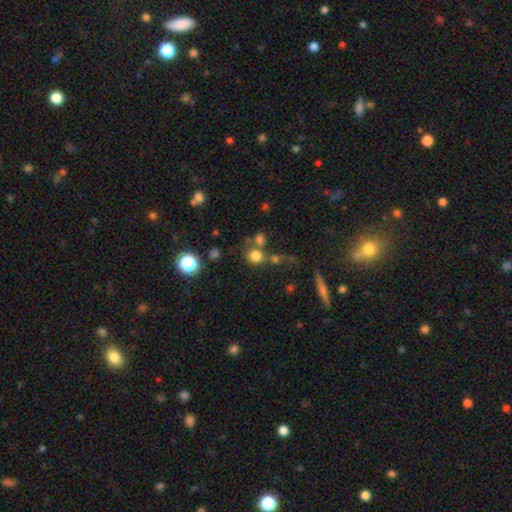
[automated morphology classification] Q: Smooth or featured?
A: smooth (74%); runner-up: star or artifact (17%)
Q: How rounded?
A: round (88%); runner-up: in between (11%)
Q: Merging?
A: none (58%); runner-up: merger (27%)